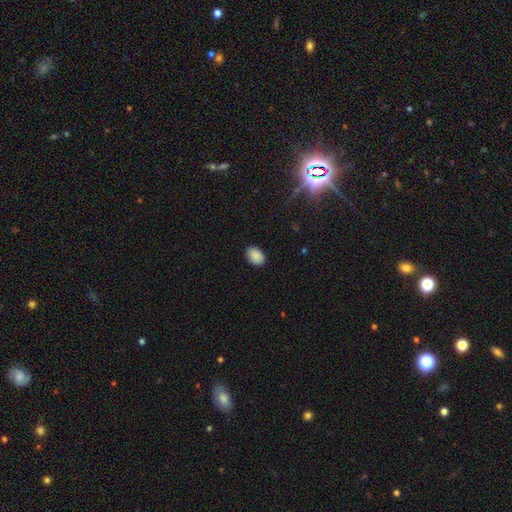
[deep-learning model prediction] A smooth galaxy with no disk features (90%) that is in between round and cigar-shaped (82%). Merging: none (87%).